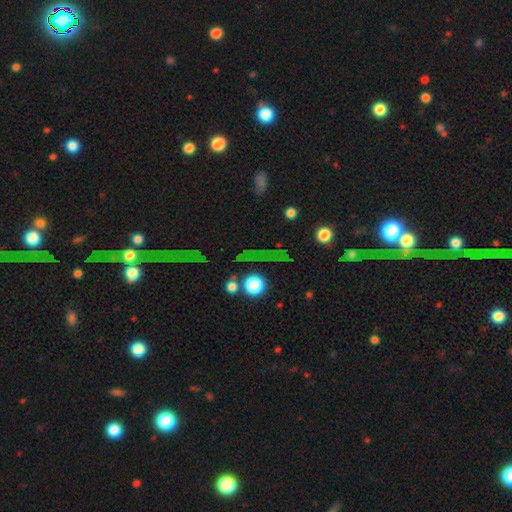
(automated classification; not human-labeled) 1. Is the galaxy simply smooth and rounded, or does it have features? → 56% star or artifact, 25% smooth, 18% featured or disk.